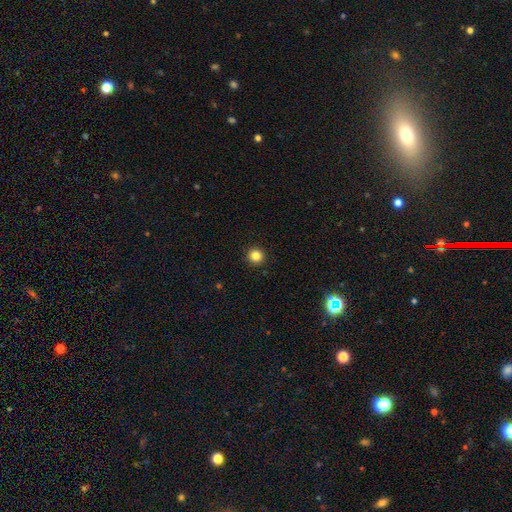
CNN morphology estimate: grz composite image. It shows a smooth galaxy with no disk features (84%) that is round (95%). Merging: none (93%).